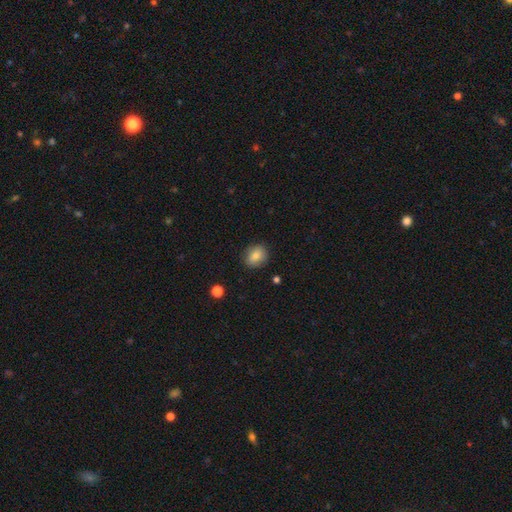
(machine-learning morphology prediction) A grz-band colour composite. It shows a smooth galaxy with no disk features (82%) that is round (53%). Merging: none (83%).